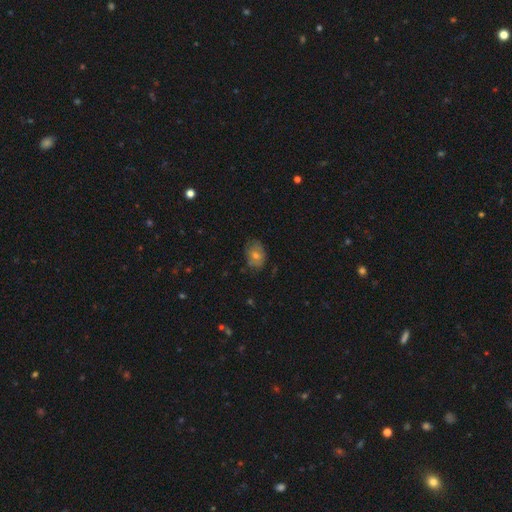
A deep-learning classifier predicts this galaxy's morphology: smooth_or_featured: smooth (p=0.52) [alt: featured or disk p=0.32]
how_rounded: in between (p=0.67) [alt: round p=0.31]
merging: none (p=0.73) [alt: minor disturbance p=0.20]